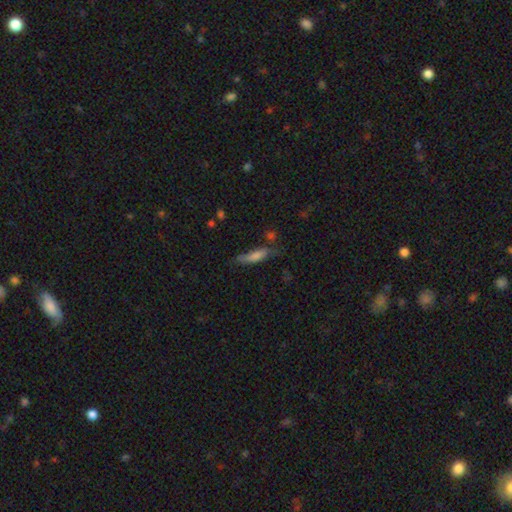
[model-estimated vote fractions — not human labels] Overall: smooth (67%). How rounded: cigar-shaped (77%). Merging: none (62%; minor disturbance 24%).